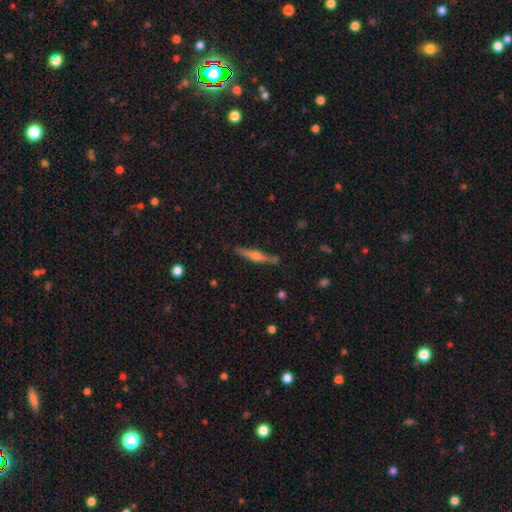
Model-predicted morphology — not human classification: A featured or disk galaxy (72%) viewed edge-on (97%) with a rounded central bulge (88%). Merging: none (88%).